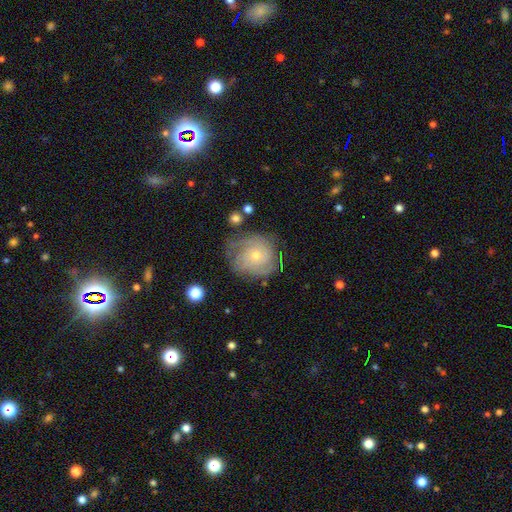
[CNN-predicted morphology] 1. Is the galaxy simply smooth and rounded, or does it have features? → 78% featured or disk, 15% smooth, 7% star or artifact.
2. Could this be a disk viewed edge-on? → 98% no, 2% yes.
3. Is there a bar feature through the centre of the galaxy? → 82% no, 16% weak, 3% strong.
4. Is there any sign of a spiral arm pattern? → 92% yes, 8% no.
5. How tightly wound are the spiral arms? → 69% tight, 24% medium, 7% loose.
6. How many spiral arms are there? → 36% can't tell, 23% 2, 20% 3, 9% 4, 6% 1, 6% more than 4.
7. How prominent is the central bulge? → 69% small, 27% moderate, 1% none, 1% large, 1% dominant.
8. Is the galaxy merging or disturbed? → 71% none, 19% minor disturbance, 8% major disturbance, 2% merger.